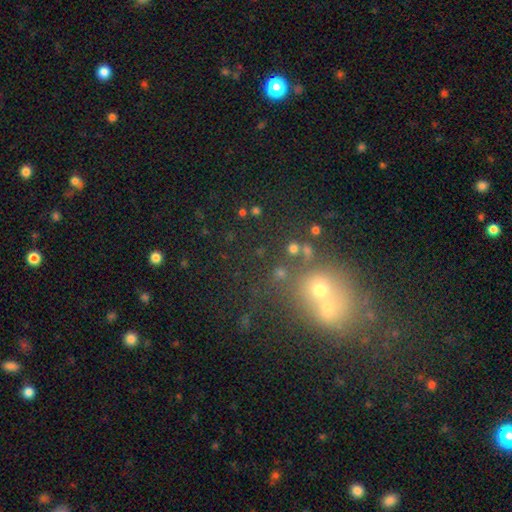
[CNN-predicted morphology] smooth-or-featured: smooth: 41% | star or artifact: 36% | featured or disk: 23%
  merging: merger: 45% | none: 36% | minor disturbance: 10% | major disturbance: 9%